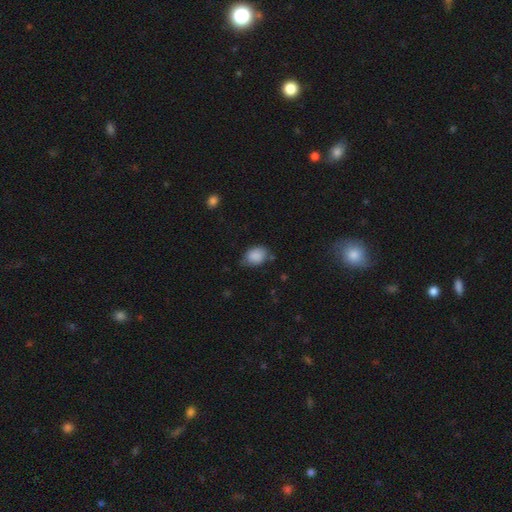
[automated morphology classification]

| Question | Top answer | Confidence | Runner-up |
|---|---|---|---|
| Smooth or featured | smooth | 87% | star or artifact (8%) |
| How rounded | in between | 66% | round (33%) |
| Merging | none | 61% | minor disturbance (30%) |